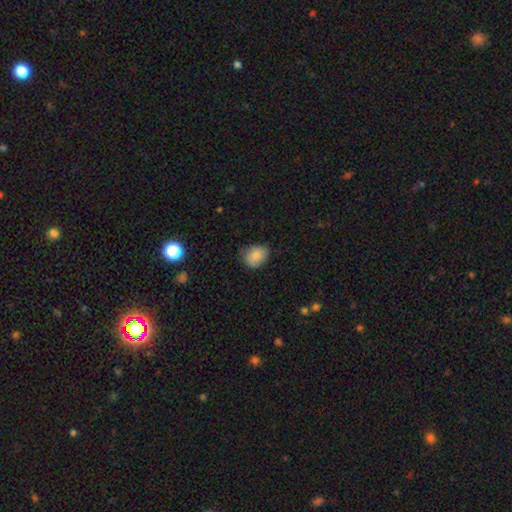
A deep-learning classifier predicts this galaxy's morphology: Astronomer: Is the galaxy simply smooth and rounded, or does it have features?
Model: smooth — 83%.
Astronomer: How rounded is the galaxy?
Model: in between — 52% (runner-up: round, 48%).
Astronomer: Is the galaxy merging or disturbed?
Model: none — 67%.